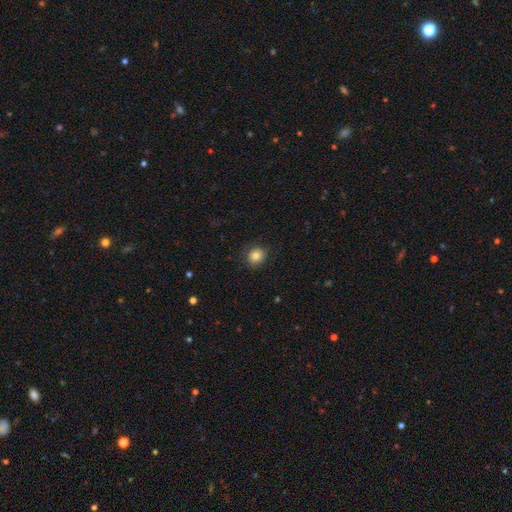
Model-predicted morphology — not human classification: This appears to be a smooth galaxy with no disk features (83%) that is round (83%). Merging: none (85%).